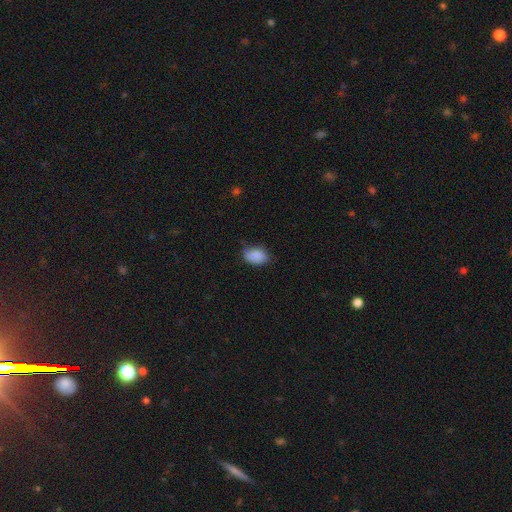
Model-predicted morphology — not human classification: Smooth or featured? smooth (87%)
How rounded? in between (84%)
Merging? none (64%)